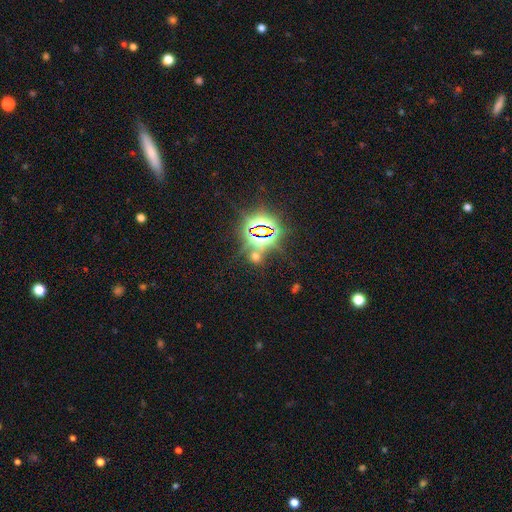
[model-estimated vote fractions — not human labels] Smooth or featured? star or artifact (72%)